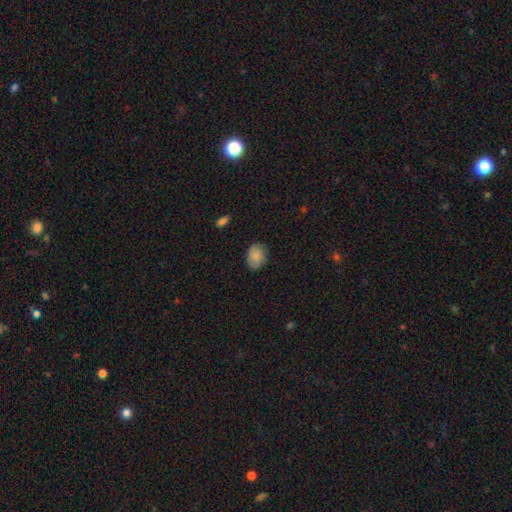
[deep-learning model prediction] Smooth or featured? Predicted: smooth (p=0.85). How rounded? Predicted: in between (p=0.63). Merging? Predicted: none (p=0.81).